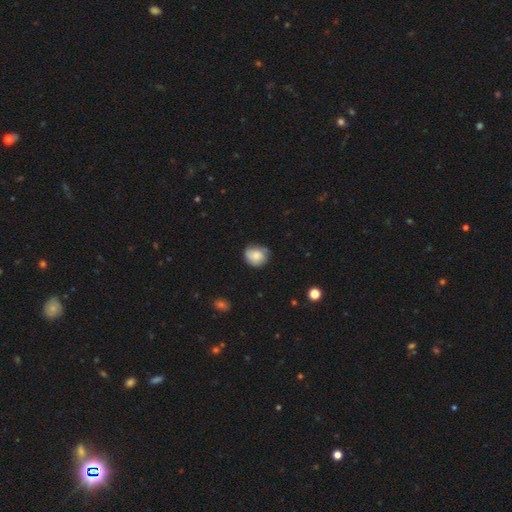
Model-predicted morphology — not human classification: Smooth or featured? Predicted: smooth (p=0.73). How rounded? Predicted: round (p=0.68). Merging? Predicted: none (p=0.60).